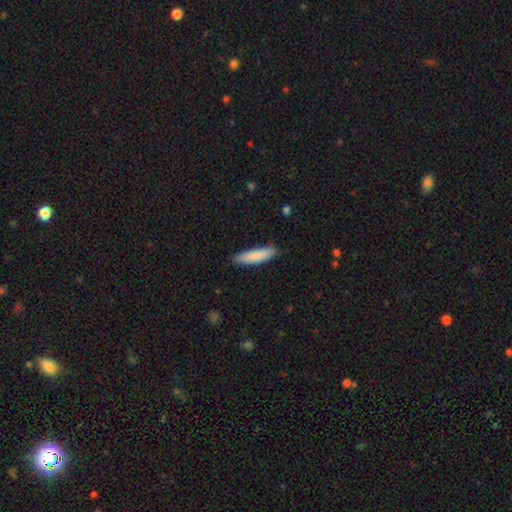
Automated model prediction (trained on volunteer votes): Smooth or featured: smooth — 86% (featured or disk — 9%)
How rounded: cigar-shaped — 74% (in between — 25%)
Merging: none — 86% (minor disturbance — 11%)